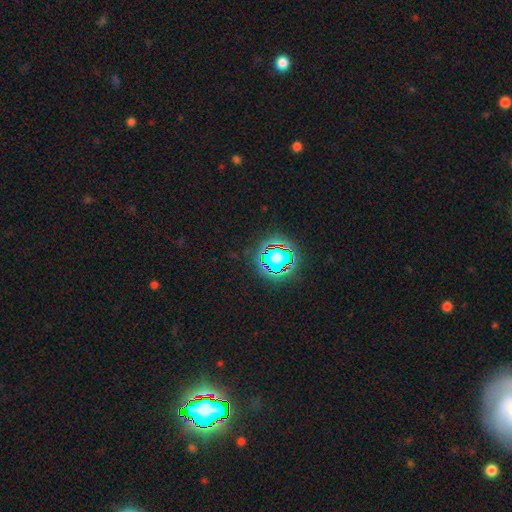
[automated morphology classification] A star or artifact, not a galaxy (81%).

Vote fractions:
- Smooth or featured? star or artifact: 81% / smooth: 11% / featured or disk: 8%